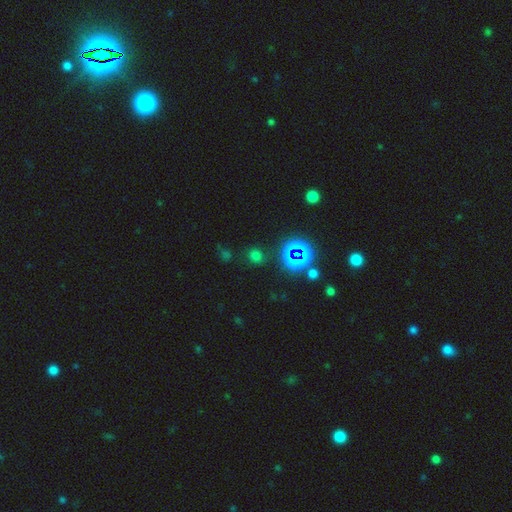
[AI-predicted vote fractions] The model was most divided on "smooth or featured": smooth: 58%, star or artifact: 36%, featured or disk: 6%. More confident: merging — none (80%); how rounded — round (76%).